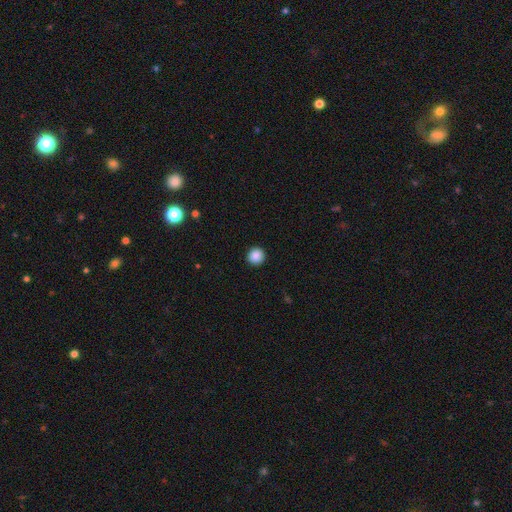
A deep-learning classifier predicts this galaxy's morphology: Smooth or featured? smooth (88%)
How rounded? round (94%)
Merging? none (93%)